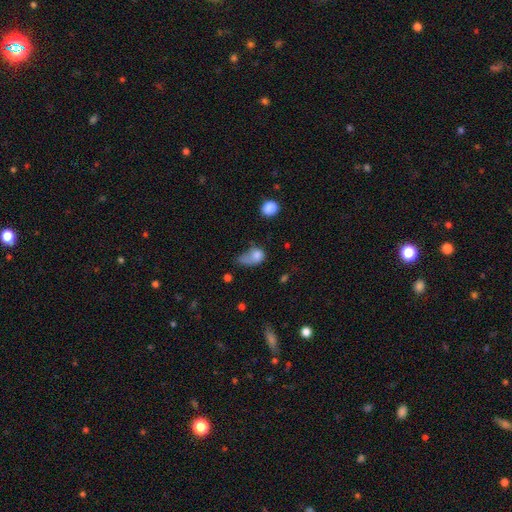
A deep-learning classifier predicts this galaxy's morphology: A smooth galaxy with no disk features (75%) that is in between round and cigar-shaped (65%).

Vote fractions:
- Smooth or featured? smooth: 75% / featured or disk: 15% / star or artifact: 10%
- How rounded? in between: 65% / round: 33% / cigar-shaped: 3%
- Merging? major disturbance: 45% / minor disturbance: 26% / none: 18% / merger: 11%